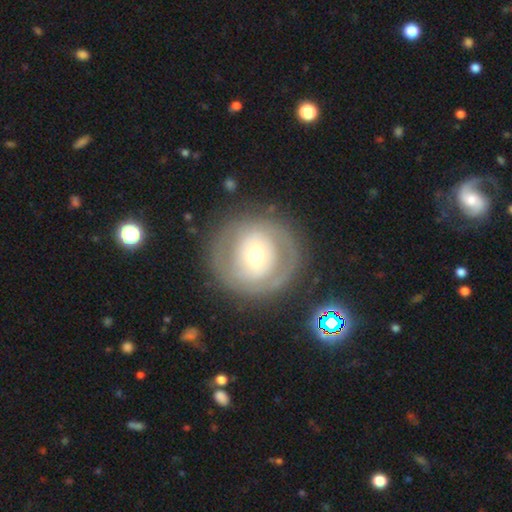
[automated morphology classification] A featured or disk galaxy (54%) with no bar (65%), no spiral arms (66%) and a moderate central bulge (53%). Merging: none (80%).